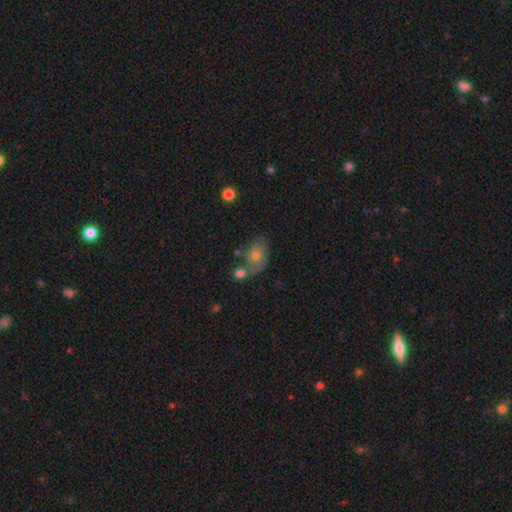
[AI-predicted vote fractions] This is likely a smooth galaxy (67%). How rounded: likely in between (79%). Merging: possibly none (50%).